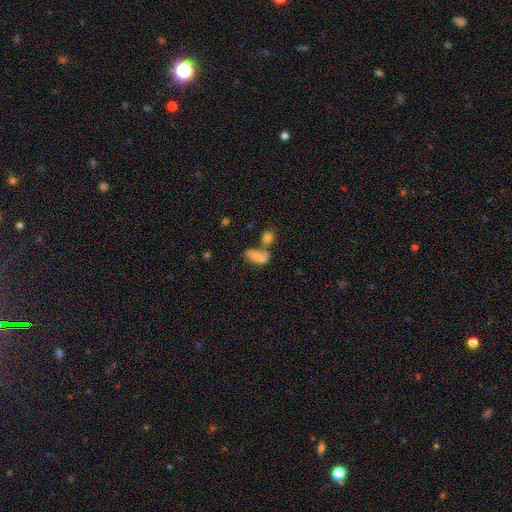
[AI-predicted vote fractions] Smooth or featured? Predicted: smooth (p=0.66). How rounded? Predicted: in between (p=0.85). Merging? Predicted: merger (p=0.45).